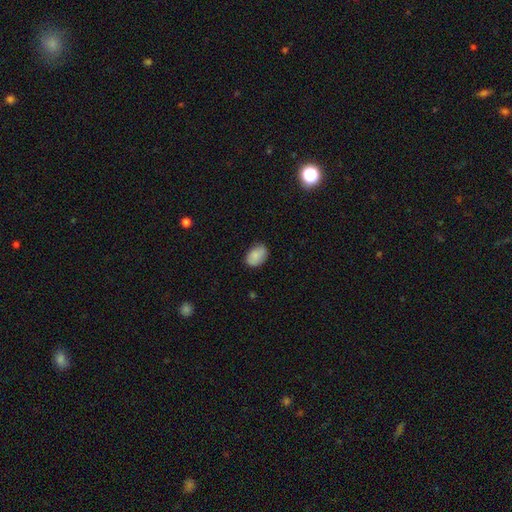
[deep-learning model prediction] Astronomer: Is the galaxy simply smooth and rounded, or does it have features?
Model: smooth — 84%.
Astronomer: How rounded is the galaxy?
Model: in between — 85%.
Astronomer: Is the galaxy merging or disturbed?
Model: none — 77%.